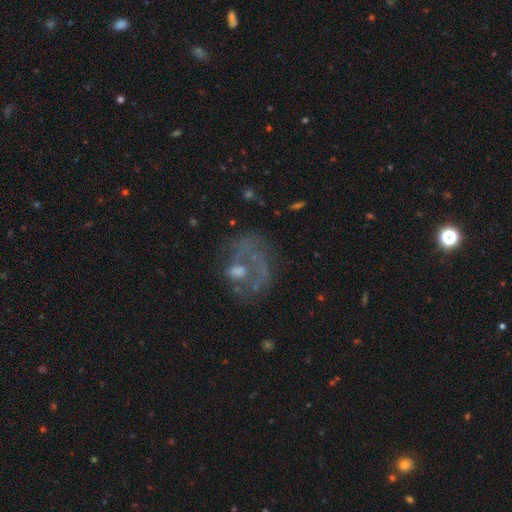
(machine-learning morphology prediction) This appears to be a featured or disk galaxy (57%) with no bar (80%), spiral arms (52%) and a small central bulge (44%). Merging: none (54%).